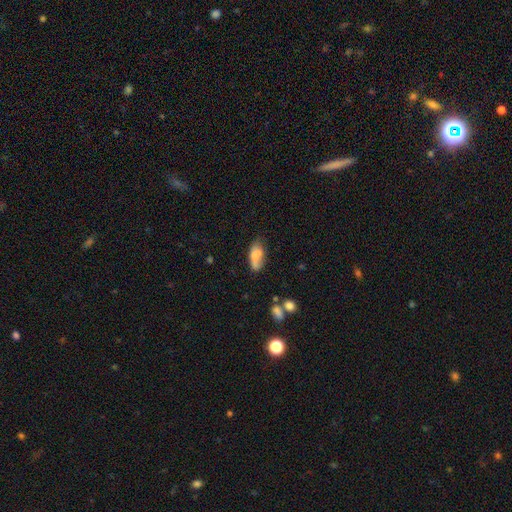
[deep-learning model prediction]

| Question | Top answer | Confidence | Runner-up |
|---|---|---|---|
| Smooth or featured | smooth | 74% | featured or disk (18%) |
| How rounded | in between | 83% | cigar-shaped (14%) |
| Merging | none | 47% | minor disturbance (29%) |